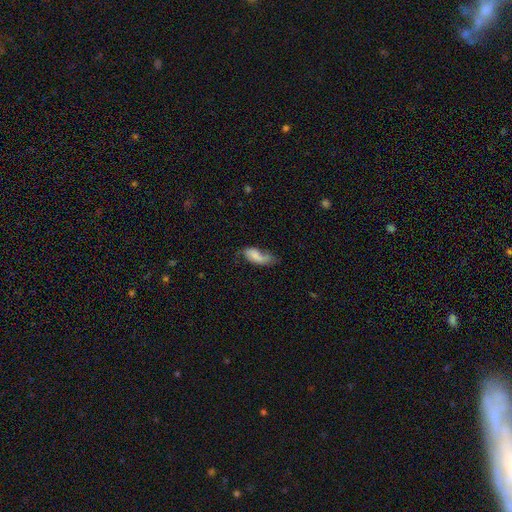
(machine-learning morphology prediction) Q: Smooth or featured?
A: smooth (58%); runner-up: featured or disk (34%)
Q: How rounded?
A: in between (84%); runner-up: cigar-shaped (12%)
Q: Merging?
A: none (34%); runner-up: minor disturbance (30%)